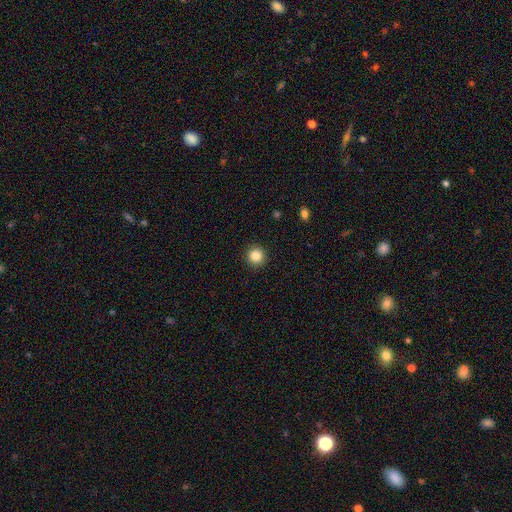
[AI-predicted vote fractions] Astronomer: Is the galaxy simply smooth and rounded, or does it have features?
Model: smooth — 85%.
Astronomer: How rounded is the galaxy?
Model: round — 95%.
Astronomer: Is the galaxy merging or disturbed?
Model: none — 93%.